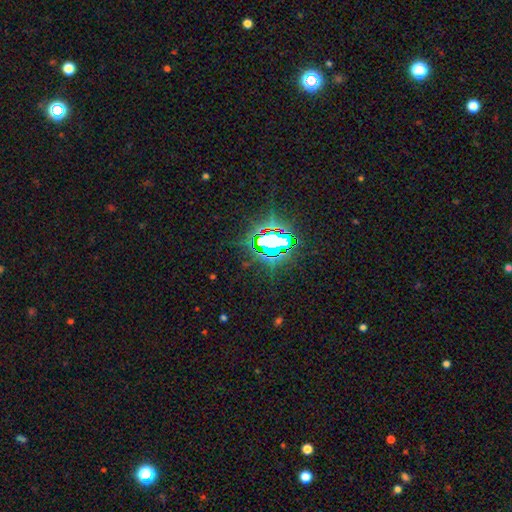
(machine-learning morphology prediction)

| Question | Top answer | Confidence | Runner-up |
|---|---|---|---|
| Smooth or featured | star or artifact | 84% | smooth (9%) |